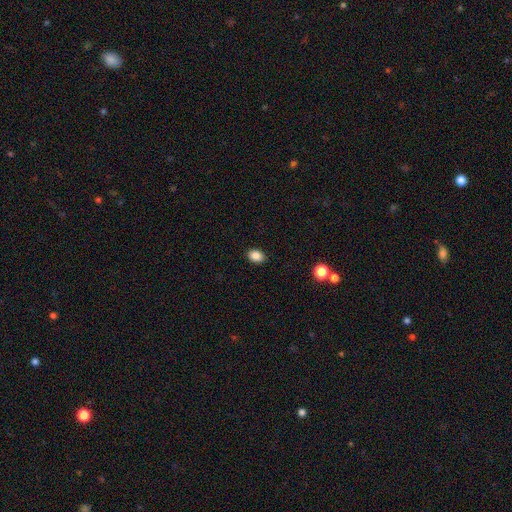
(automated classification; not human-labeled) Overall: smooth (86%). How rounded: in between (75%). Merging: none (89%).